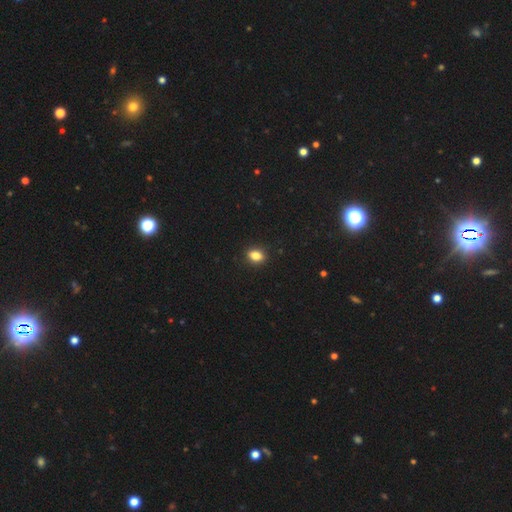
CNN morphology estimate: smooth 84%, star or artifact 10%, featured or disk 6%. Down the decision tree: how rounded — in between (71%); merging — none (90%).